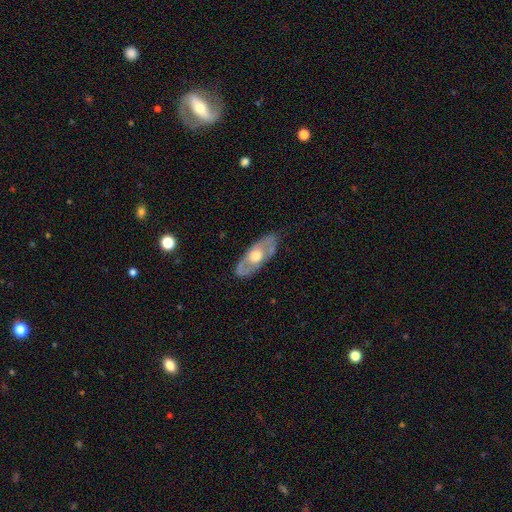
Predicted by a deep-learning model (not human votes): A featured or disk galaxy (58%). Merging: none (79%).